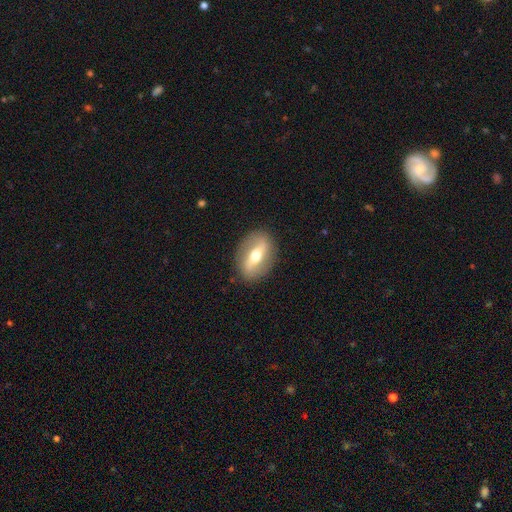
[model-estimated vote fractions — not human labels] This appears to be a featured or disk galaxy (62%). Merging: none (87%).